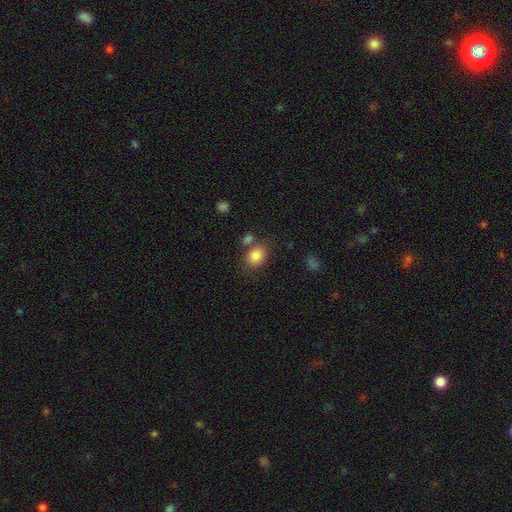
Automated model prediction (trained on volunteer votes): This appears to be a smooth galaxy with no disk features (85%) that is in between round and cigar-shaped (53%). Merging: none (66%).